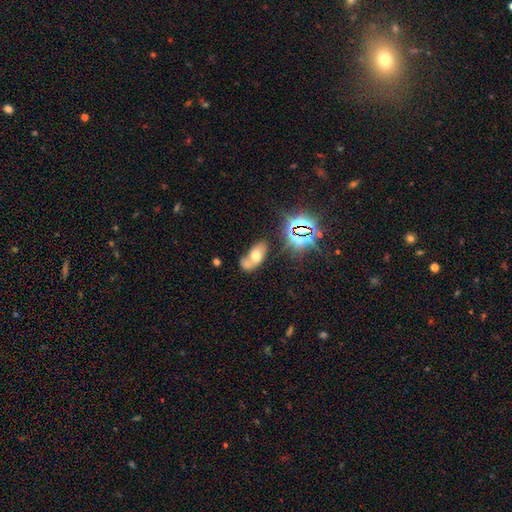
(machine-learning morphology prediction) This appears to be a smooth galaxy with no disk features (50%) that is in between round and cigar-shaped (87%). Merging: merger (49%).